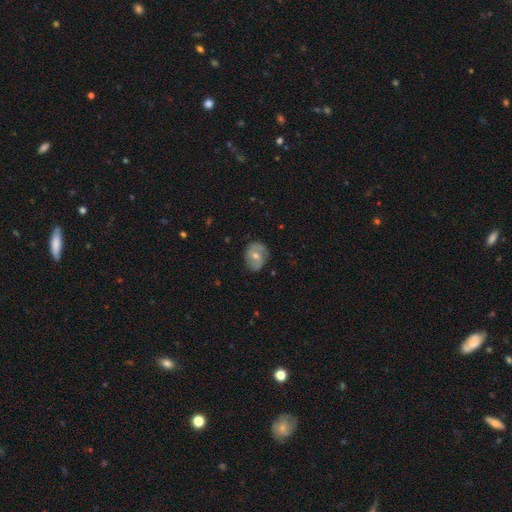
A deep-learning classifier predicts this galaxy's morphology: smooth_or_featured: featured or disk (p=0.54) [alt: smooth p=0.39]
disk_edge_on: no (p=0.96) [alt: yes p=0.04]
bar: no (p=0.52) [alt: weak p=0.37]
has_spiral_arms: yes (p=0.71) [alt: no p=0.29]
bulge_size: moderate (p=0.66) [alt: small p=0.29]
merging: none (p=0.74) [alt: minor disturbance p=0.20]